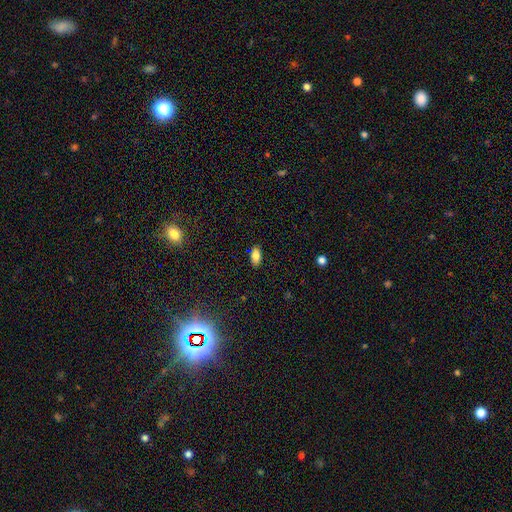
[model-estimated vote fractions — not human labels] smooth_or_featured: smooth (p=0.81) [alt: featured or disk p=0.10]
how_rounded: in between (p=0.91) [alt: round p=0.04]
merging: none (p=0.86) [alt: minor disturbance p=0.10]